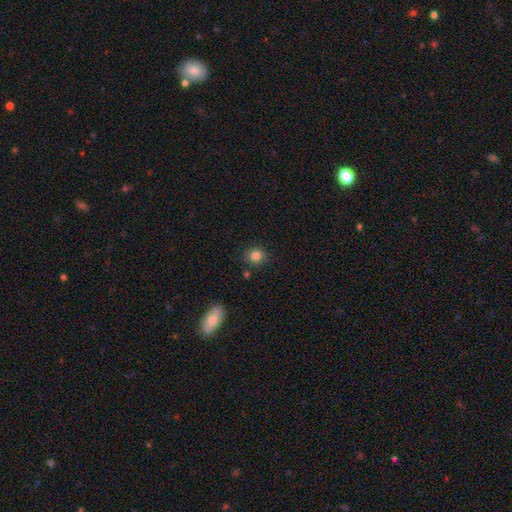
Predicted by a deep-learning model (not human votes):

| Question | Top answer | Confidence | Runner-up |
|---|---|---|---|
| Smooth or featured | smooth | 83% | star or artifact (11%) |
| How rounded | round | 86% | in between (13%) |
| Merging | none | 84% | minor disturbance (9%) |